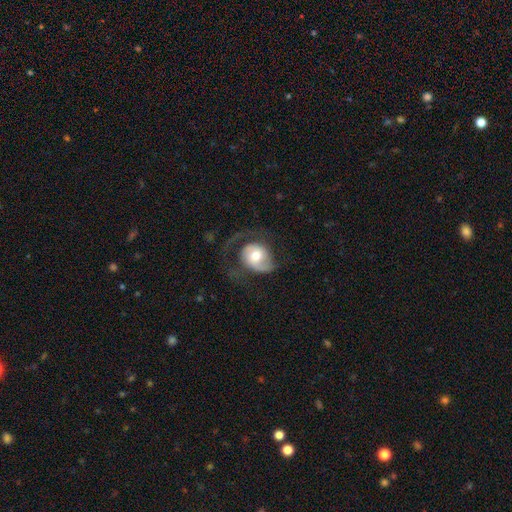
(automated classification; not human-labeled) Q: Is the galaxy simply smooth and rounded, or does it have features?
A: featured or disk — 59%.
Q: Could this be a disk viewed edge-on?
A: no — 97%.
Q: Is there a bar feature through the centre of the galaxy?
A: no — 70%.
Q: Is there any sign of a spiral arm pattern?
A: yes — 82%.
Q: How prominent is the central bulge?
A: moderate — 67%.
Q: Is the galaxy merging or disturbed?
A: none — 42%.